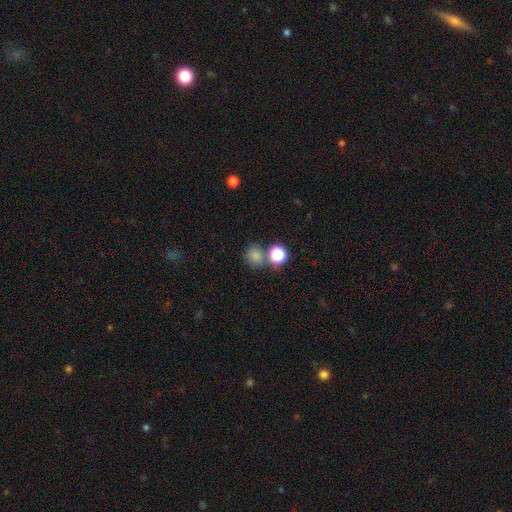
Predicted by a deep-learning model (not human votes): Smooth or featured: smooth — 76% (star or artifact — 17%)
How rounded: round — 83% (in between — 16%)
Merging: none — 62% (merger — 23%)